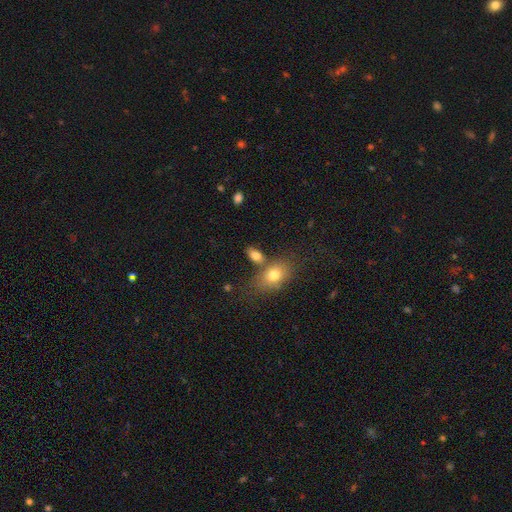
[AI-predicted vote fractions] A smooth galaxy with no disk features (79%) that is in between round and cigar-shaped (86%). Merging: none (58%).